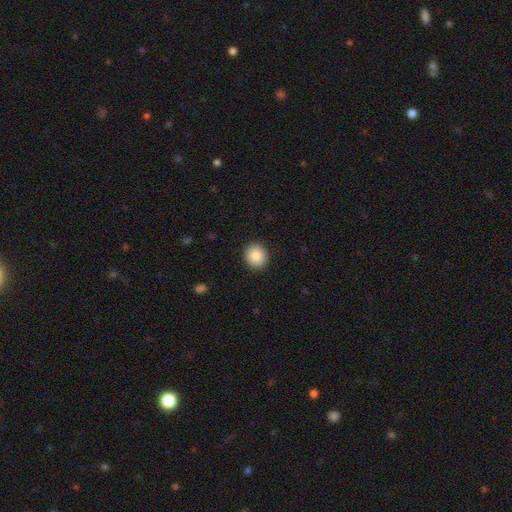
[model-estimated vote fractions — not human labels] Overall: smooth (86%). How rounded: round (83%). Merging: none (91%).